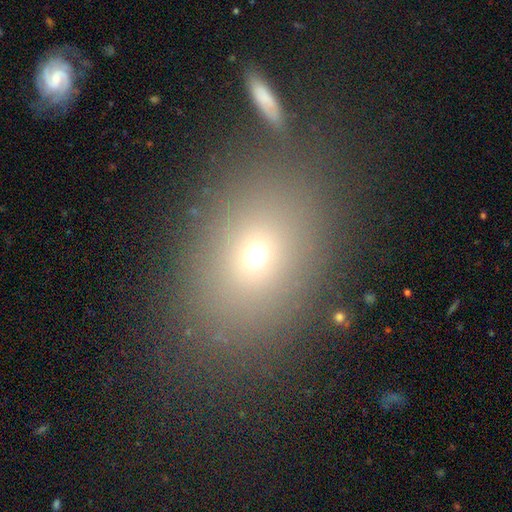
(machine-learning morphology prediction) Smooth or featured?
  - smooth: 67% *
  - star or artifact: 20%
  - featured or disk: 13%
How rounded?
  - in between: 61% *
  - round: 38%
  - cigar-shaped: 2%
Merging?
  - none: 75% *
  - minor disturbance: 11%
  - merger: 8%
  - major disturbance: 6%